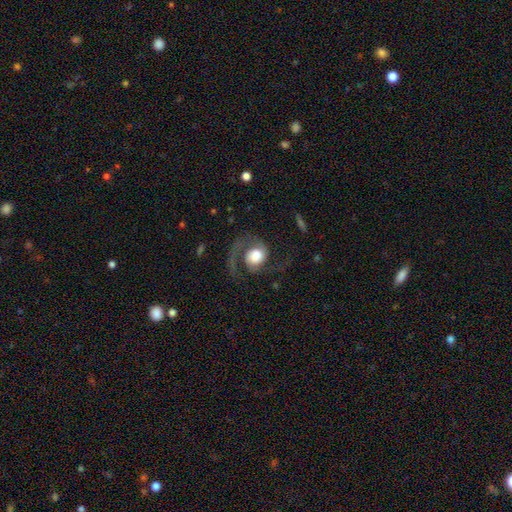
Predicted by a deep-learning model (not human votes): This is likely a featured or disk galaxy (78%). It is clearly not viewed edge-on (98%). Bar: likely no (69%). Spiral arm pattern: clearly yes (95%). Spiral arm count: likely 2 (70%). Spiral winding: marginally medium (44%). Central bulge: possibly large (50%). Merging: possibly none (55%).